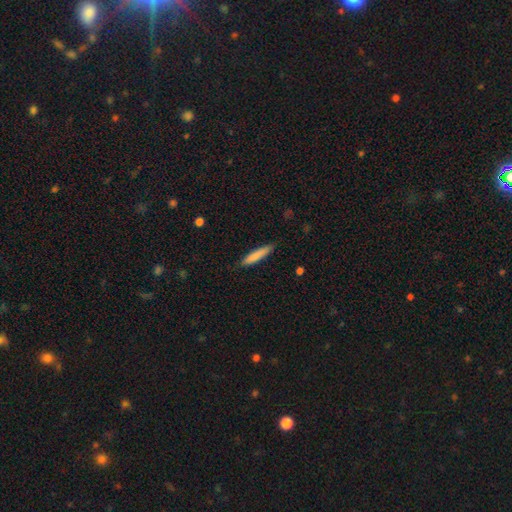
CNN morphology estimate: Smooth or featured? Predicted: smooth (p=0.81). How rounded? Predicted: cigar-shaped (p=0.88). Merging? Predicted: none (p=0.86).